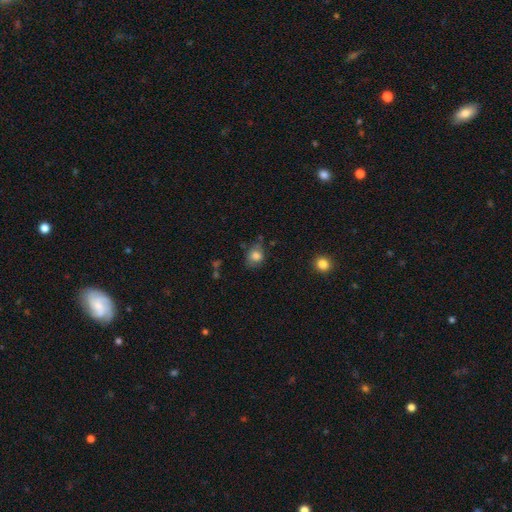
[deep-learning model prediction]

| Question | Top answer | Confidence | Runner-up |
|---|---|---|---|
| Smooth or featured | smooth | 80% | star or artifact (10%) |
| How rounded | round | 60% | in between (39%) |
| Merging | none | 62% | minor disturbance (26%) |